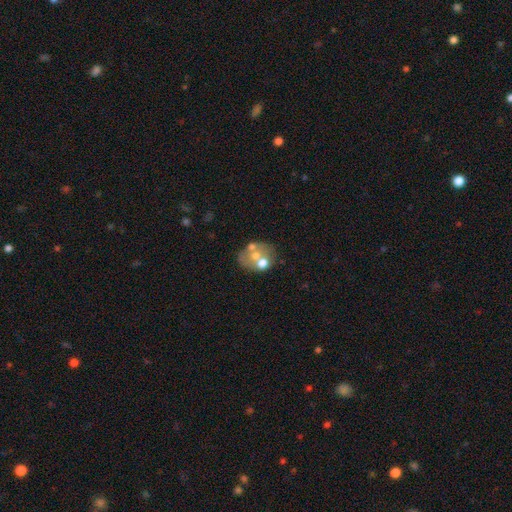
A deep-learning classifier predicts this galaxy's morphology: type=smooth (46%); merging=merger (40%).